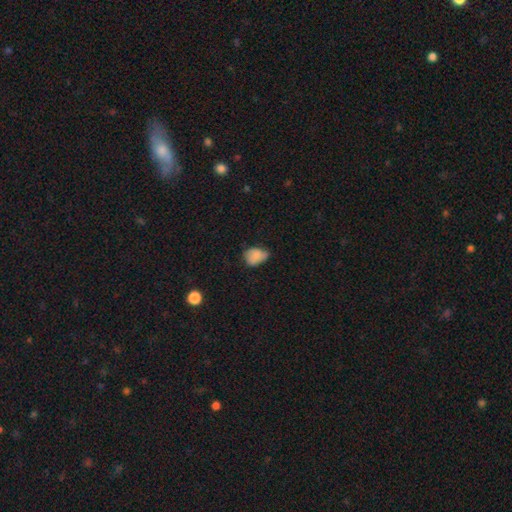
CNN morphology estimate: Overall: smooth (78%). How rounded: in between (68%; round 31%). Merging: minor disturbance (45%; none 40%).